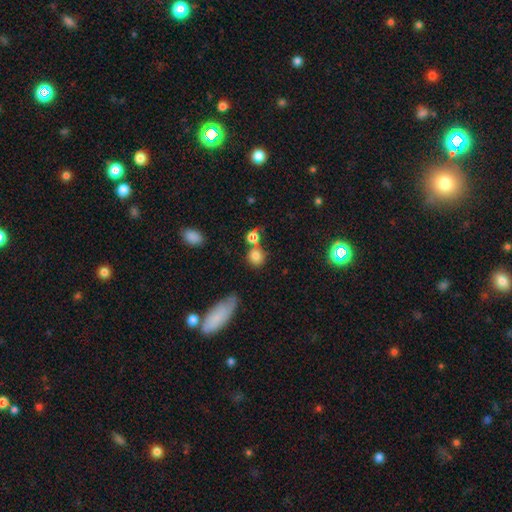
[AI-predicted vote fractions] smooth 80%, star or artifact 12%, featured or disk 8%. Down the decision tree: how rounded — round (80%); merging — none (58%).